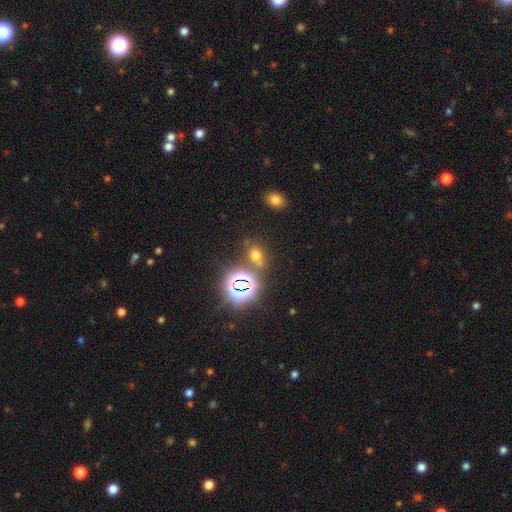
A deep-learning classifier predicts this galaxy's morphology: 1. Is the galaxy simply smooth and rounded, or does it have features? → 52% smooth, 39% star or artifact, 9% featured or disk.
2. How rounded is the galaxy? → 49% round, 48% in between, 2% cigar-shaped.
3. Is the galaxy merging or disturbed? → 69% none, 15% merger, 12% minor disturbance, 5% major disturbance.